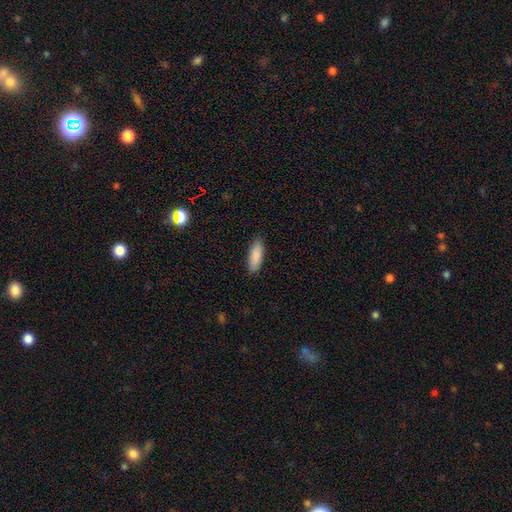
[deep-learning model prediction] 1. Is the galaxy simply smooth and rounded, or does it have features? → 89% smooth, 6% star or artifact, 5% featured or disk.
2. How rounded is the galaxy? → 64% in between, 34% cigar-shaped, 2% round.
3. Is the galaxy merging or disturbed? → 88% none, 9% minor disturbance, 2% major disturbance, 1% merger.